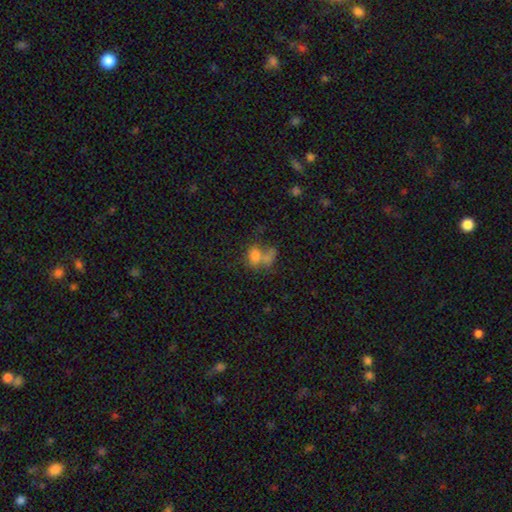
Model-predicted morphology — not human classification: Smooth or featured: smooth — 68% (featured or disk — 19%)
How rounded: in between — 66% (round — 33%)
Merging: merger — 52% (none — 22%)